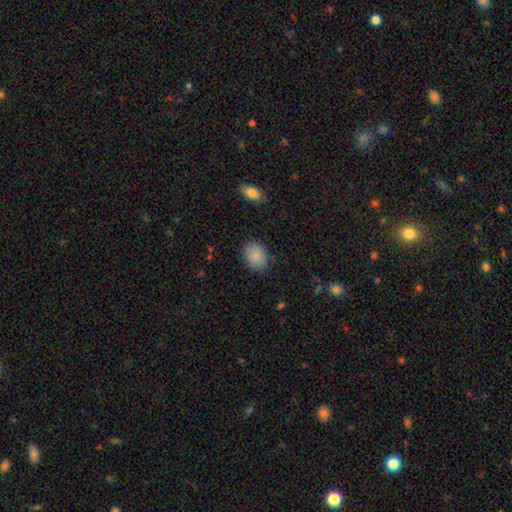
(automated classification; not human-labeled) The model was most divided on "how rounded": in between: 61%, round: 38%, cigar-shaped: 1%. More confident: smooth or featured — smooth (88%); merging — none (82%).